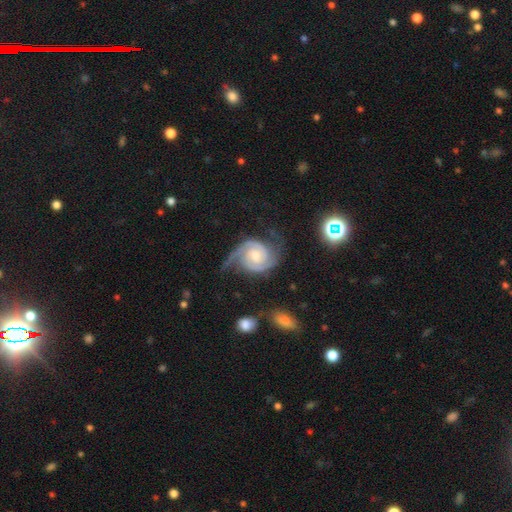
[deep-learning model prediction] smooth-or-featured: featured or disk: 91% | star or artifact: 4% | smooth: 4%
  disk-edge-on: no: 98% | yes: 2%
    bar: no: 59% | weak: 33% | strong: 8%
    has-spiral-arms: yes: 98% | no: 2%
      spiral-winding: tight: 54% | medium: 38% | loose: 8%
      spiral-arm-count: 2: 87% | 3: 5% | can't tell: 3% | 1: 2% | 4: 2% | more than 4: 1%
    bulge-size: moderate: 51% | small: 29% | large: 9% | none: 9% | dominant: 2%
  merging: none: 63% | minor disturbance: 21% | major disturbance: 13% | merger: 3%